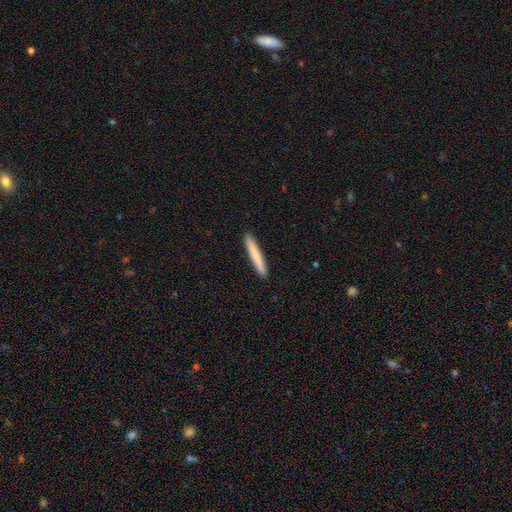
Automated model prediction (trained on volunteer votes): The model was most divided on "smooth or featured": smooth: 79%, featured or disk: 16%, star or artifact: 5%. More confident: how rounded — cigar-shaped (96%); merging — none (93%).